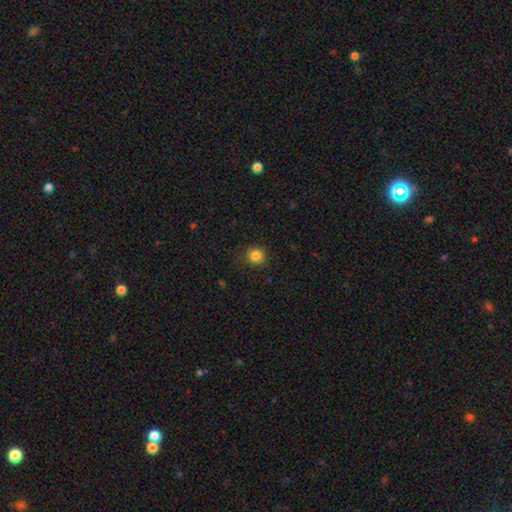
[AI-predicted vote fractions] Smooth or featured?
  - smooth: 84% *
  - star or artifact: 11%
  - featured or disk: 4%
How rounded?
  - round: 90% *
  - in between: 9%
  - cigar-shaped: 1%
Merging?
  - none: 88% *
  - minor disturbance: 8%
  - major disturbance: 3%
  - merger: 1%